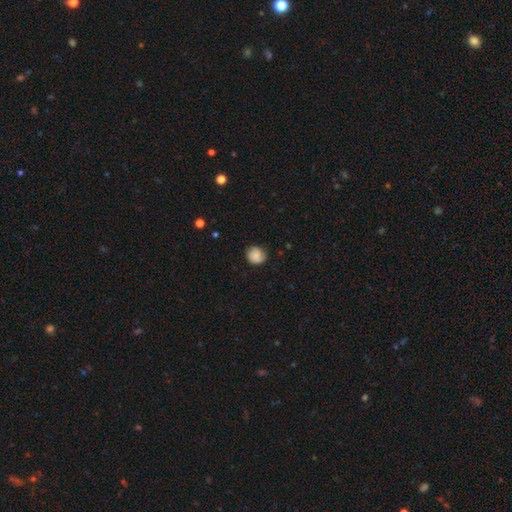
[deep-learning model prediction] Q: Smooth or featured?
A: smooth (76%); runner-up: featured or disk (16%)
Q: How rounded?
A: round (84%); runner-up: in between (15%)
Q: Merging?
A: none (76%); runner-up: minor disturbance (19%)